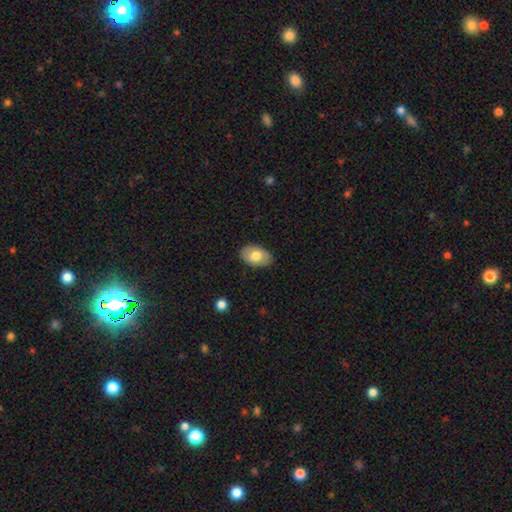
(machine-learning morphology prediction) Q: Smooth or featured?
A: smooth (75%); runner-up: featured or disk (19%)
Q: How rounded?
A: in between (90%); runner-up: round (8%)
Q: Merging?
A: none (84%); runner-up: minor disturbance (12%)